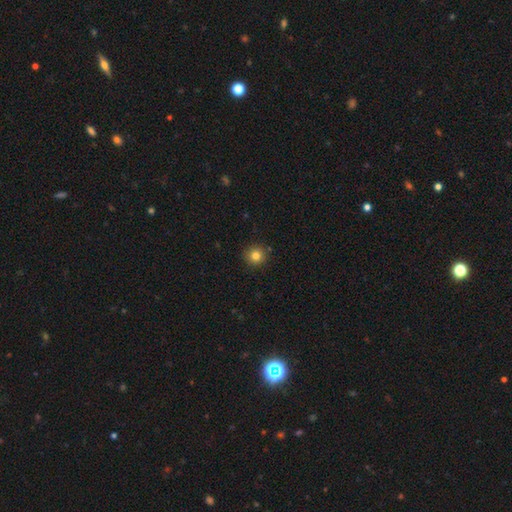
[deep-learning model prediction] Overall: smooth (82%). How rounded: round (94%). Merging: none (90%).